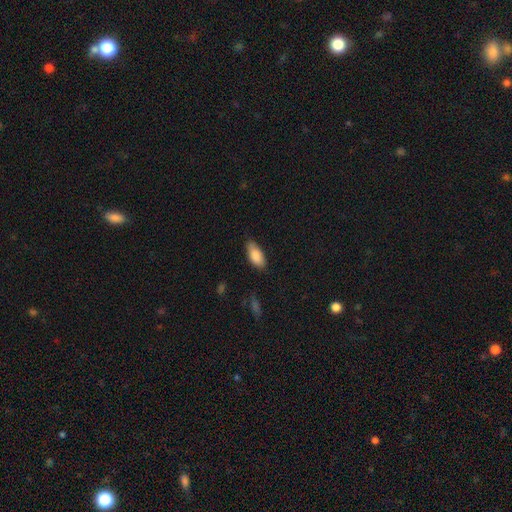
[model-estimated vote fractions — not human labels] A smooth galaxy with no disk features (86%) that is in between round and cigar-shaped (88%). Merging: none (74%).